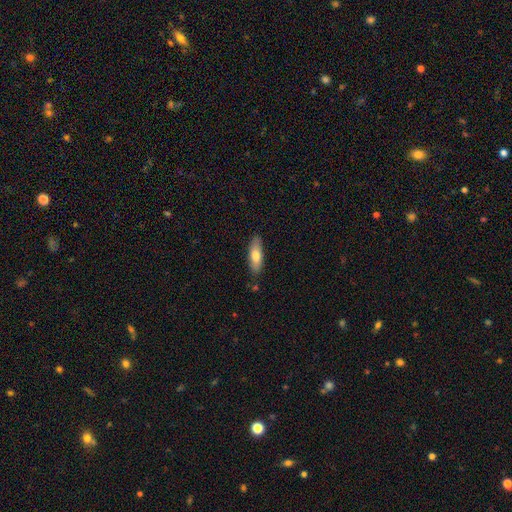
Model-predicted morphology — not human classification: A smooth galaxy with no disk features (72%) that is in between round and cigar-shaped (59%). Merging: none (84%).